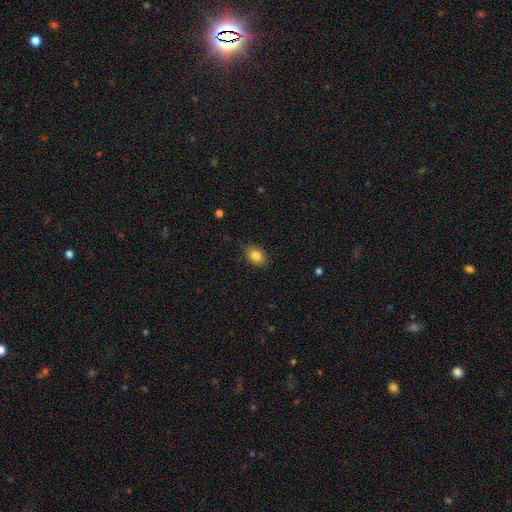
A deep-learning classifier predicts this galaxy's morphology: Q: Smooth or featured?
A: smooth (84%); runner-up: star or artifact (9%)
Q: How rounded?
A: in between (71%); runner-up: round (28%)
Q: Merging?
A: none (82%); runner-up: minor disturbance (15%)